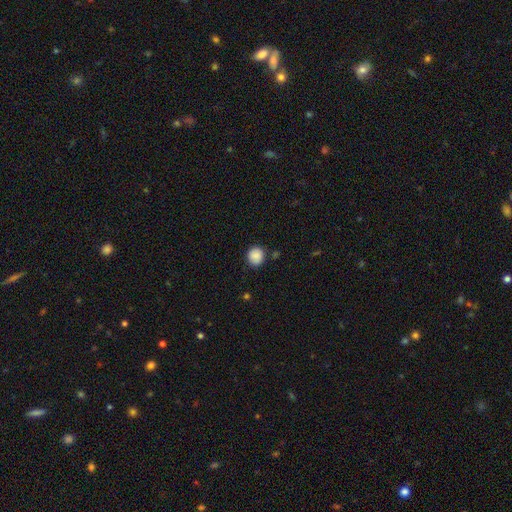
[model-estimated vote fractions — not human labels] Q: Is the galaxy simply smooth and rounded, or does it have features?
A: smooth — 87%.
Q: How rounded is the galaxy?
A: round — 84%.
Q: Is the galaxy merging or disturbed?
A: none — 81%.